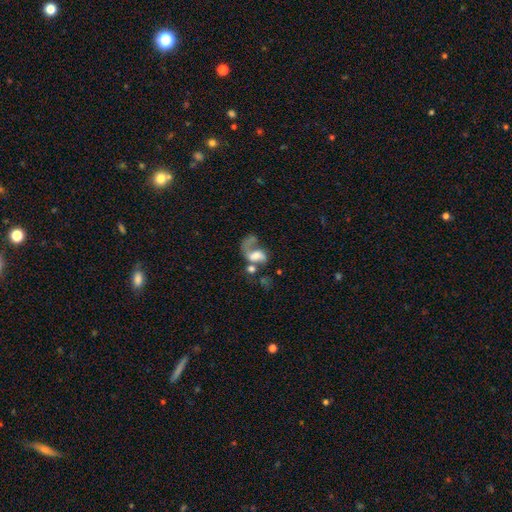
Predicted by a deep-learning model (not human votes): This is possibly a featured or disk galaxy (58%). It is clearly not viewed edge-on (97%). Bar: possibly no (59%). Spiral arm pattern: likely yes (76%). Central bulge: marginally moderate (36%). Merging: marginally major disturbance (37%).